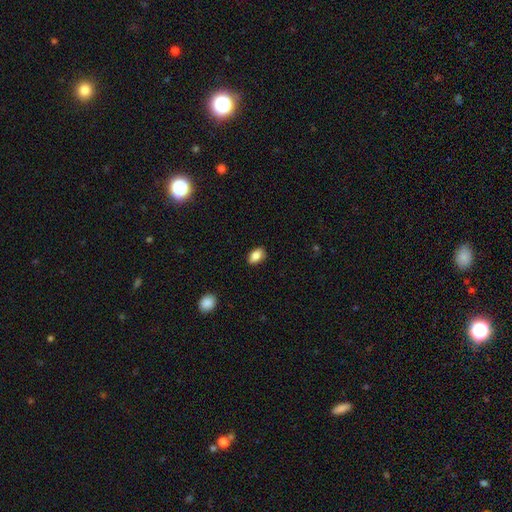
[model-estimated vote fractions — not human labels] Smooth or featured? smooth (85%)
How rounded? in between (90%)
Merging? none (85%)